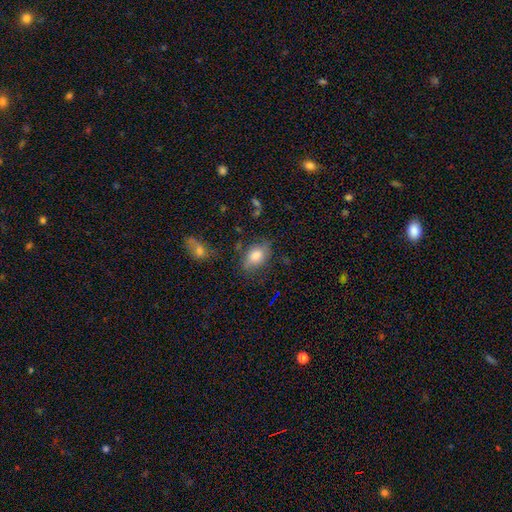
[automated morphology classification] Smooth or featured: smooth — 77% (featured or disk — 14%)
How rounded: in between — 82% (round — 15%)
Merging: none — 65% (minor disturbance — 24%)